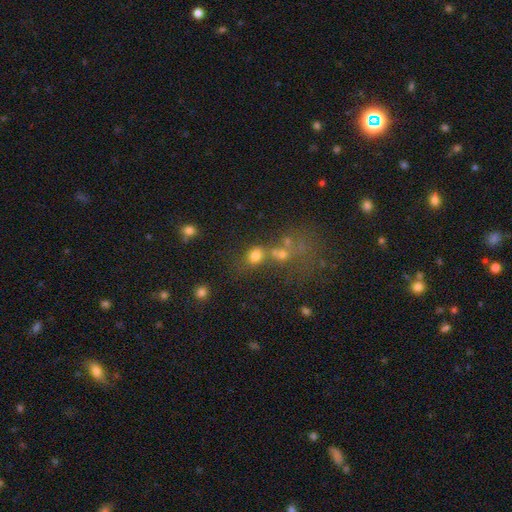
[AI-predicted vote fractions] Smooth or featured? Predicted: smooth (p=0.73). How rounded? Predicted: round (p=0.50). Merging? Predicted: none (p=0.47).